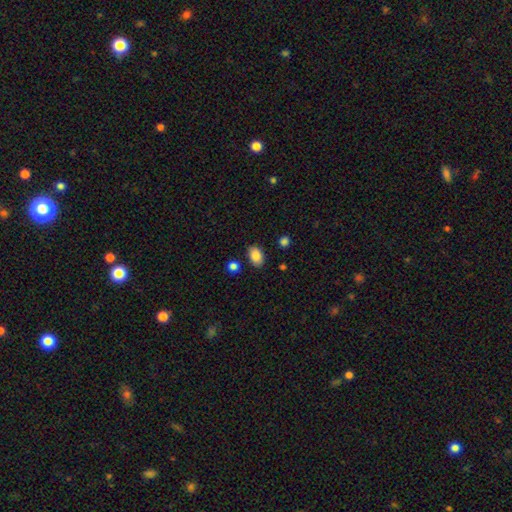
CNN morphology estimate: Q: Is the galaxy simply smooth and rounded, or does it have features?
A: smooth — 87%.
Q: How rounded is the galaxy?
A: in between — 86%.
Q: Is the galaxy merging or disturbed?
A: none — 84%.